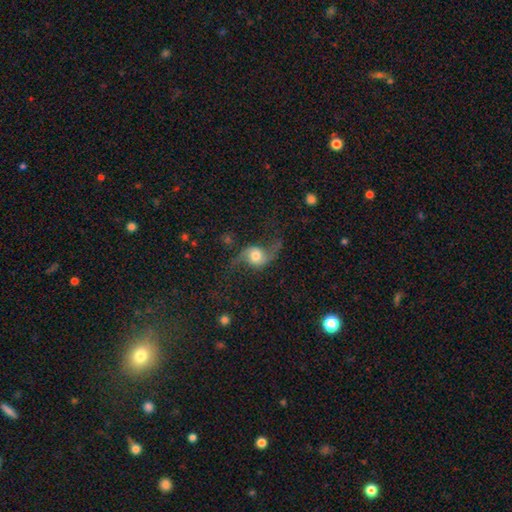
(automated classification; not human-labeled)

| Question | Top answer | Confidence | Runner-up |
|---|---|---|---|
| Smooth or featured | featured or disk | 75% | smooth (17%) |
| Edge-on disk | no | 95% | yes (5%) |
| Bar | no | 63% | weak (28%) |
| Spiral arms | yes | 95% | no (5%) |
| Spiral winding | loose | 89% | medium (9%) |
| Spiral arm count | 2 | 93% | 1 (3%) |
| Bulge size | moderate | 49% | large (30%) |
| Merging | none | 67% | minor disturbance (16%) |